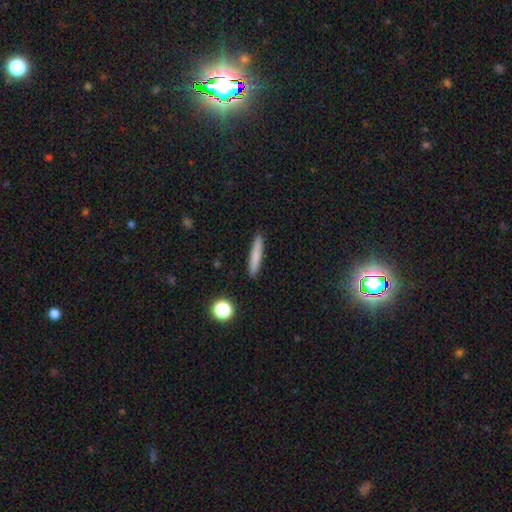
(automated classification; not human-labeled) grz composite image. It shows a smooth galaxy with no disk features (76%) that is cigar-shaped (92%). Merging: none (91%).